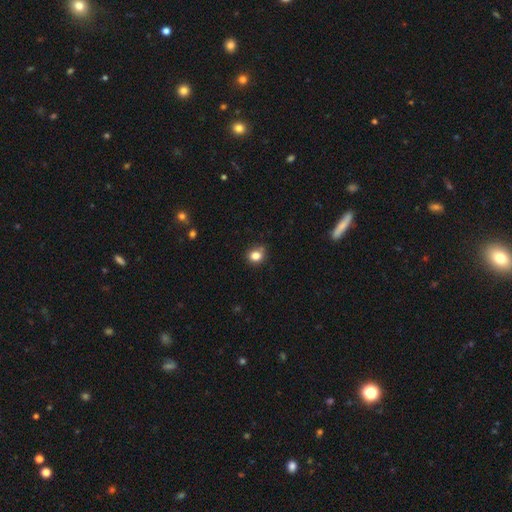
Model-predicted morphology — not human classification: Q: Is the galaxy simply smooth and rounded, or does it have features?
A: smooth — 82%.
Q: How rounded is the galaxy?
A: round — 73%.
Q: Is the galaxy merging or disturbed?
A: none — 76%.